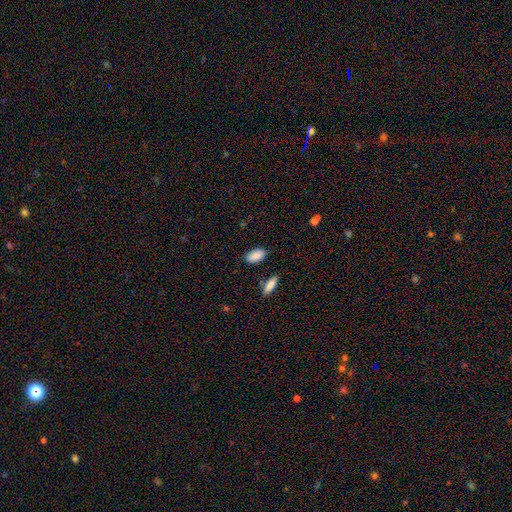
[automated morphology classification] Smooth or featured: smooth — 89% (star or artifact — 7%)
How rounded: in between — 92% (cigar-shaped — 5%)
Merging: none — 84% (minor disturbance — 11%)